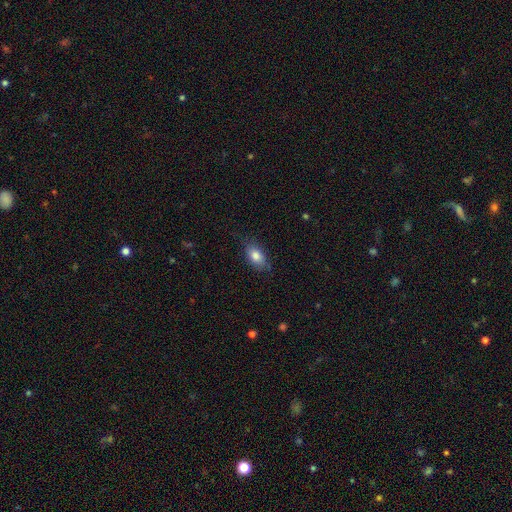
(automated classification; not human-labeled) smooth_or_featured: smooth (p=0.81) [alt: featured or disk p=0.11]
how_rounded: in between (p=0.87) [alt: round p=0.08]
merging: none (p=0.77) [alt: minor disturbance p=0.18]